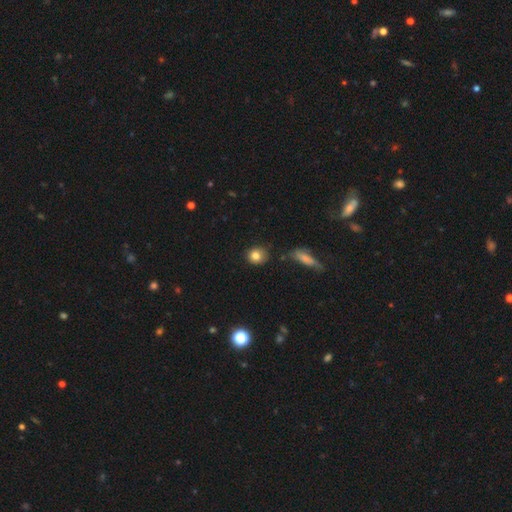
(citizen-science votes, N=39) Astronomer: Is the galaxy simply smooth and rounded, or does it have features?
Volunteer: smooth — 79%.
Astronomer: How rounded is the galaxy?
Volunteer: round — 71%.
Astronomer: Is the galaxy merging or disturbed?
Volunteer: none — 59%.